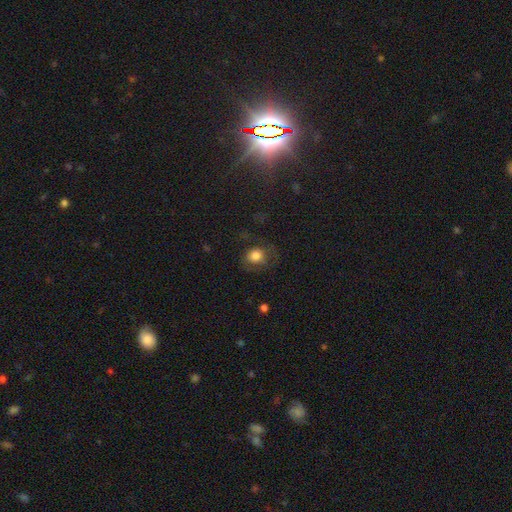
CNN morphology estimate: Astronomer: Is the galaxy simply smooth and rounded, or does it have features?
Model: smooth — 75%.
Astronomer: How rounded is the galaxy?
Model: round — 65%.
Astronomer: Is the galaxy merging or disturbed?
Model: none — 59%.